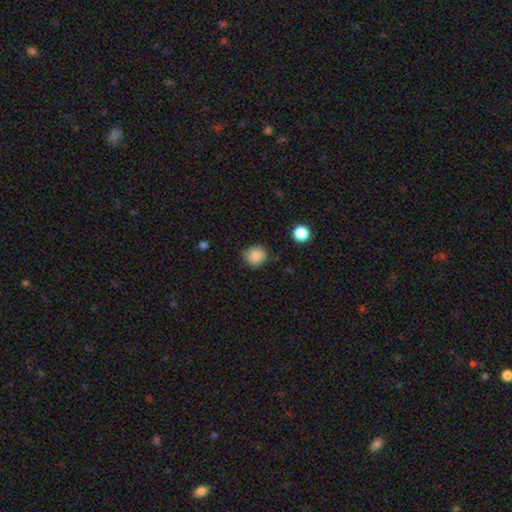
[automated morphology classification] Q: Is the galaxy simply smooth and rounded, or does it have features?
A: smooth — 86%.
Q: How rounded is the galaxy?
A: round — 86%.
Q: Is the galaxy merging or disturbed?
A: none — 81%.